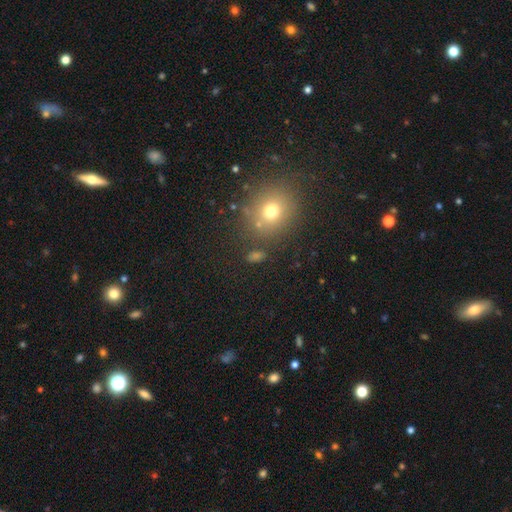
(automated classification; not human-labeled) This is likely a smooth galaxy (61%). How rounded: possibly round (50%). Merging: likely none (76%).